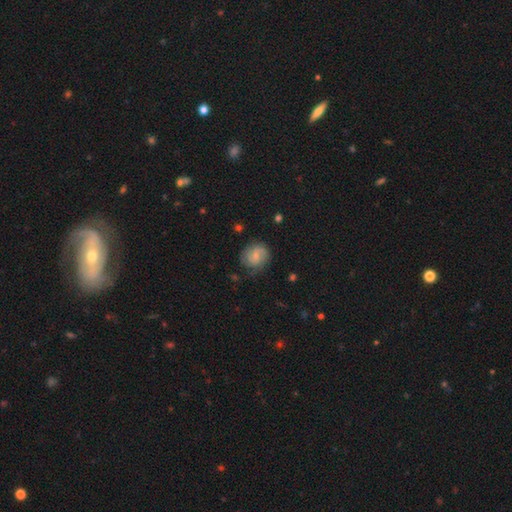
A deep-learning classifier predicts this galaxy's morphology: Overall: featured or disk (52%; smooth 41%). Edge-on disk: no (98%). Bar: weak (47%; no 44%). Spiral arms: yes (86%). Bulge size: small (62%; moderate 27%). Merging: none (70%).